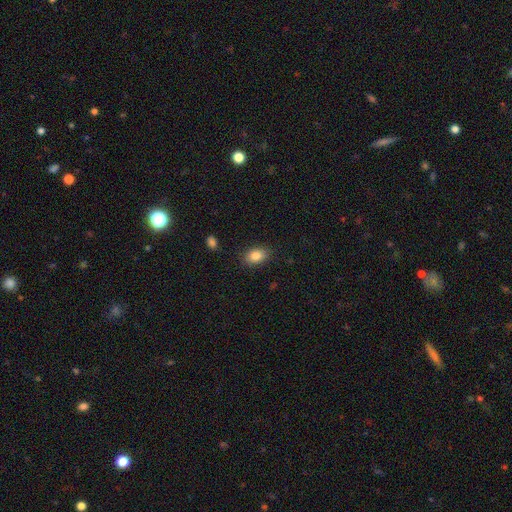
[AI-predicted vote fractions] Smooth or featured: smooth — 85% (star or artifact — 8%)
How rounded: in between — 84% (round — 14%)
Merging: none — 85% (minor disturbance — 11%)